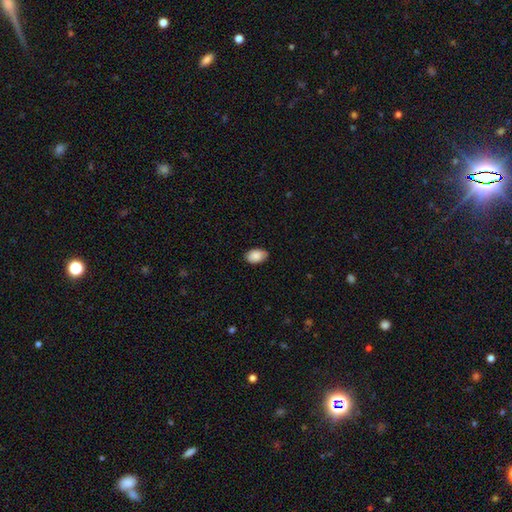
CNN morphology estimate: smooth 88%, star or artifact 7%, featured or disk 5%. Down the decision tree: how rounded — in between (91%); merging — none (81%).